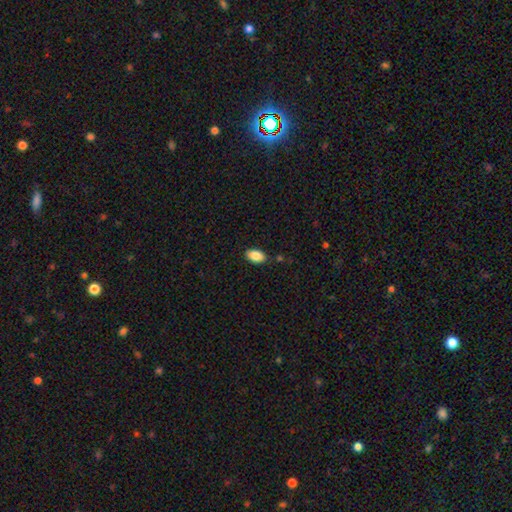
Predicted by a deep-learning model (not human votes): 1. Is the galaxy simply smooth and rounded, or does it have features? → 87% smooth, 7% star or artifact, 6% featured or disk.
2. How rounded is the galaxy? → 93% in between, 5% round, 2% cigar-shaped.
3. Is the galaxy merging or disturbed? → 86% none, 10% minor disturbance, 2% merger, 2% major disturbance.